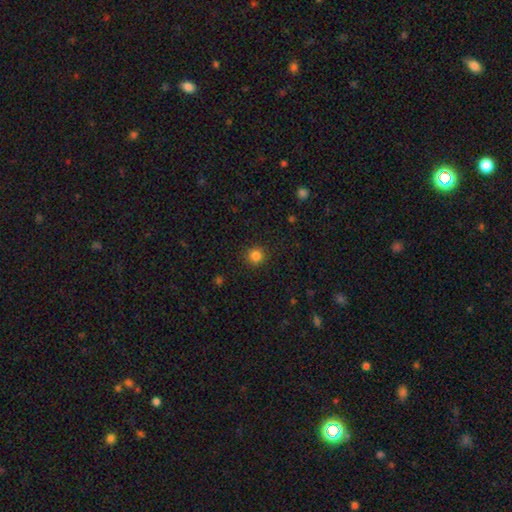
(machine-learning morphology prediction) type=smooth (84%); roundness=round (93%); merging=none (90%).